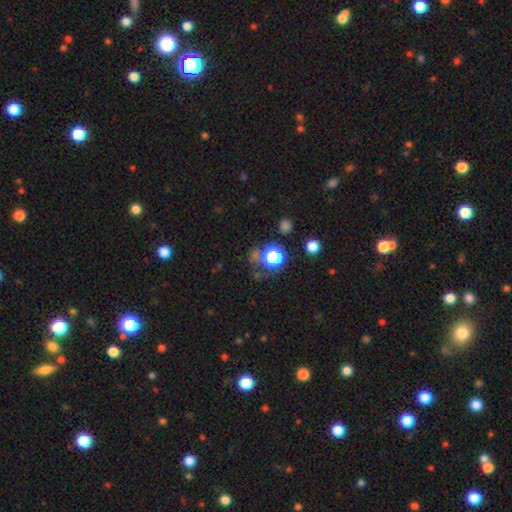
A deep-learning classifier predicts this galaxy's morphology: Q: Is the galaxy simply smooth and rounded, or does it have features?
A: star or artifact — 51%.